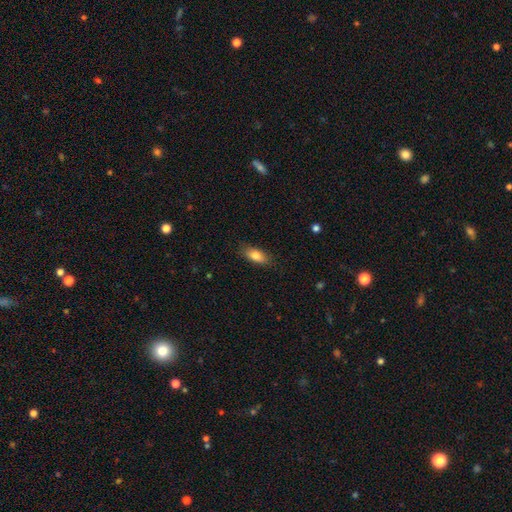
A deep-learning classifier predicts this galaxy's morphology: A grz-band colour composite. It shows a smooth galaxy with no disk features (80%) that is in between round and cigar-shaped (81%). Merging: none (84%).